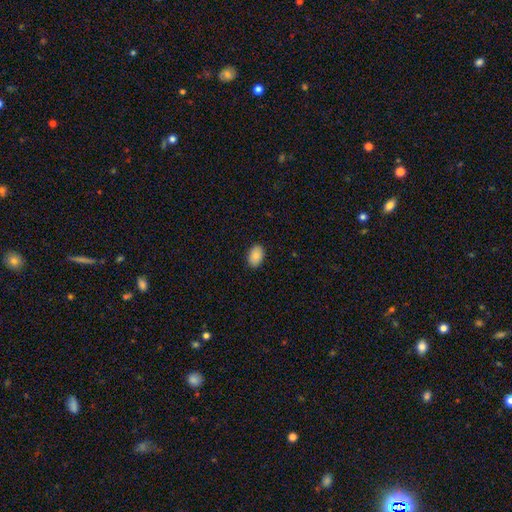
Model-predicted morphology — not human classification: smooth 88%, star or artifact 7%, featured or disk 5%. Down the decision tree: how rounded — in between (85%); merging — none (89%).